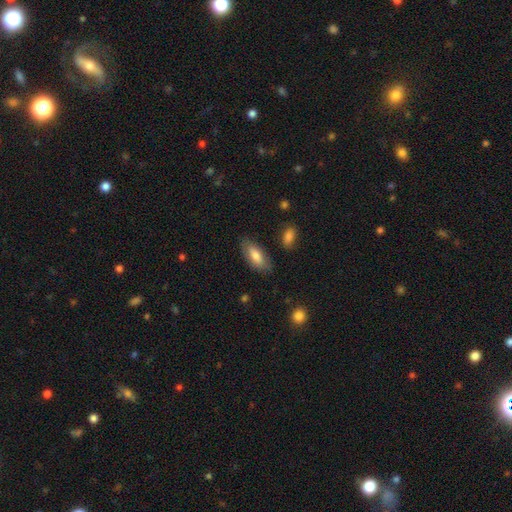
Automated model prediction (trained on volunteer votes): Overall: smooth (76%). How rounded: in between (82%). Merging: none (80%).